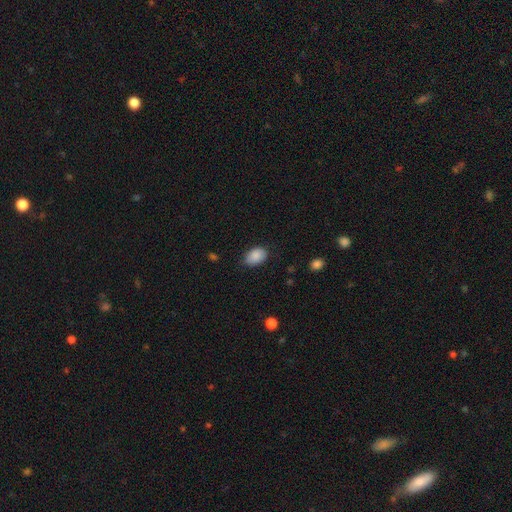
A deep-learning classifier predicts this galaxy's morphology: A smooth galaxy with no disk features (88%) that is in between round and cigar-shaped (84%).

Vote fractions:
- Smooth or featured? smooth: 88% / star or artifact: 7% / featured or disk: 5%
- How rounded? in between: 84% / round: 15% / cigar-shaped: 1%
- Merging? none: 76% / minor disturbance: 19% / major disturbance: 3% / merger: 1%